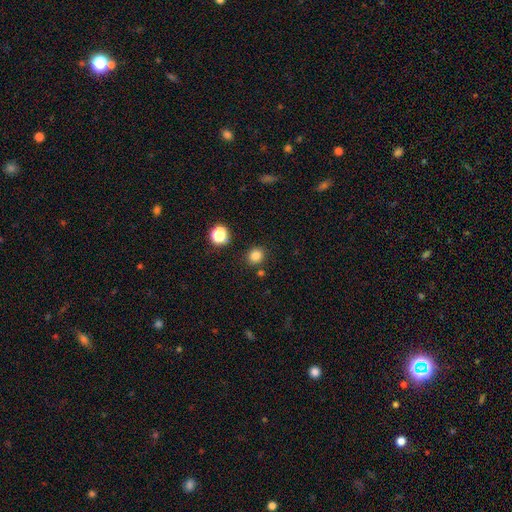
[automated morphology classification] Smooth or featured? Predicted: smooth (p=0.81). How rounded? Predicted: round (p=0.80). Merging? Predicted: none (p=0.85).